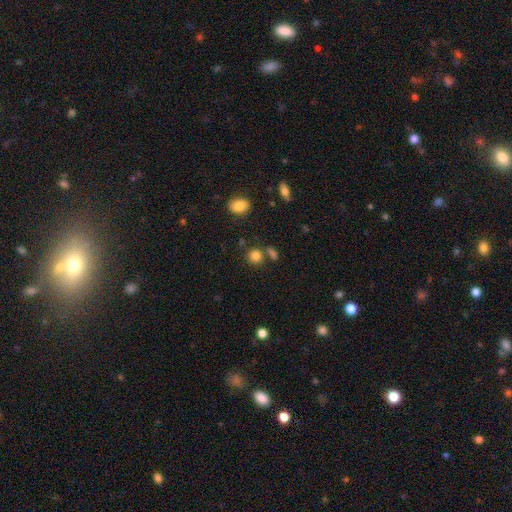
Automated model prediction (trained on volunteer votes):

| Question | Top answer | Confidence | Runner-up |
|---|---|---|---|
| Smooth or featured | smooth | 82% | star or artifact (12%) |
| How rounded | round | 85% | in between (14%) |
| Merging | none | 72% | merger (14%) |